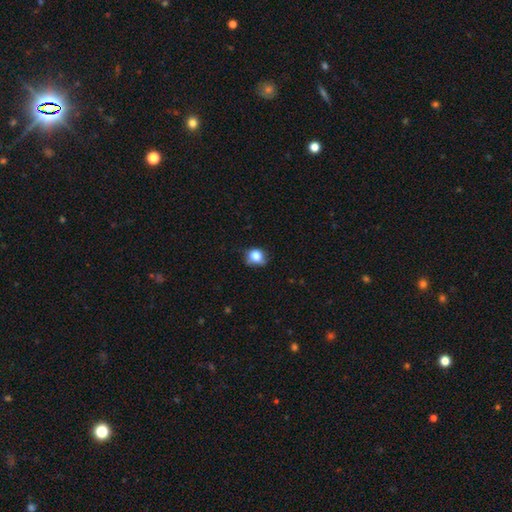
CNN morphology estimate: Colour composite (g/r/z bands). It shows a smooth galaxy with no disk features (80%) that is round (65%). Merging: none (59%).